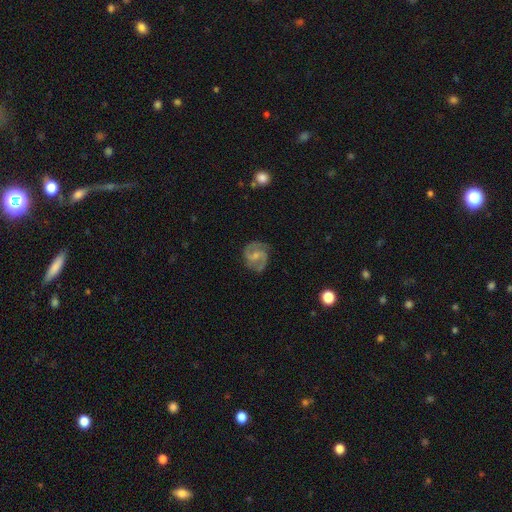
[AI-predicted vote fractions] Smooth or featured? Predicted: featured or disk (p=0.86). Edge-on disk? Predicted: no (p=0.98). Bar? Predicted: weak (p=0.52). Spiral arms? Predicted: yes (p=0.97). Spiral winding? Predicted: medium (p=0.58). Spiral arm count? Predicted: 2 (p=0.86). Bulge size? Predicted: small (p=0.54). Merging? Predicted: none (p=0.78).